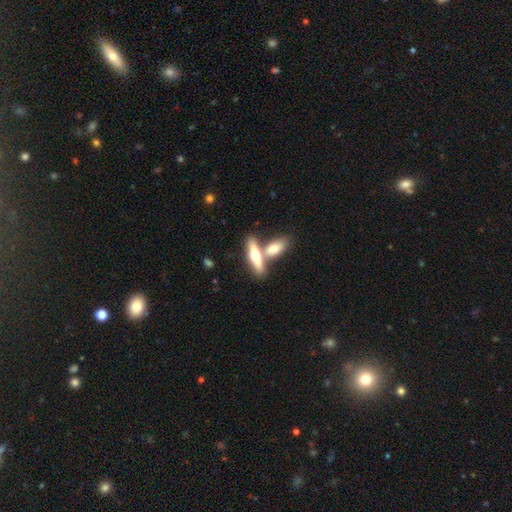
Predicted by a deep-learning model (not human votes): This is possibly a smooth galaxy (50%). How rounded: likely cigar-shaped (63%). Merging: marginally merger (45%).